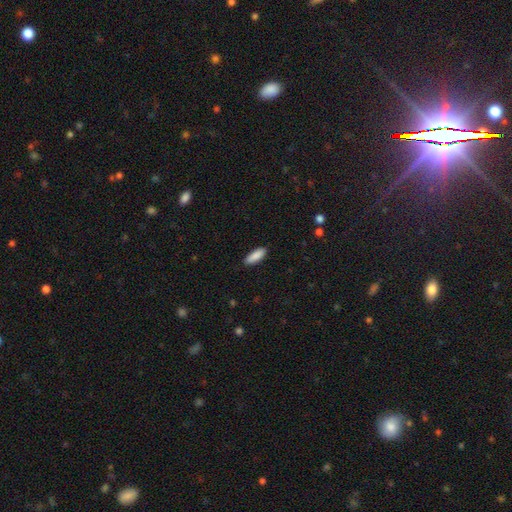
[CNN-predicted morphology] This appears to be a smooth galaxy with no disk features (89%) that is in between round and cigar-shaped (64%). Merging: none (88%).